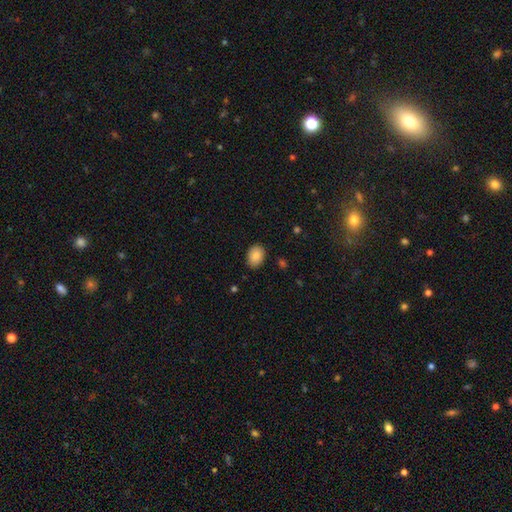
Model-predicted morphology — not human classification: smooth_or_featured: smooth (p=0.86) [alt: star or artifact p=0.07]
how_rounded: in between (p=0.76) [alt: round p=0.23]
merging: none (p=0.87) [alt: minor disturbance p=0.10]